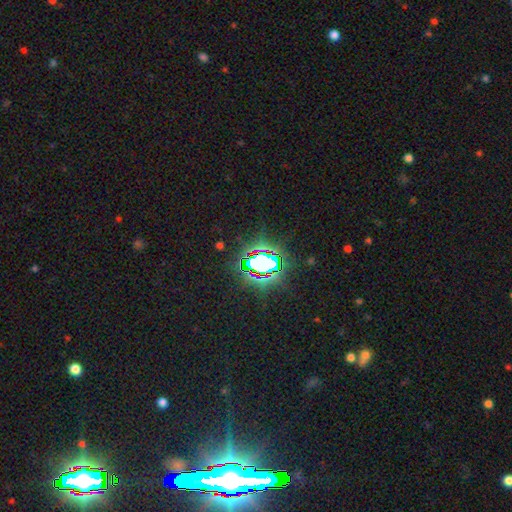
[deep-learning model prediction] smooth_or_featured: star or artifact (p=0.76) [alt: smooth p=0.14]